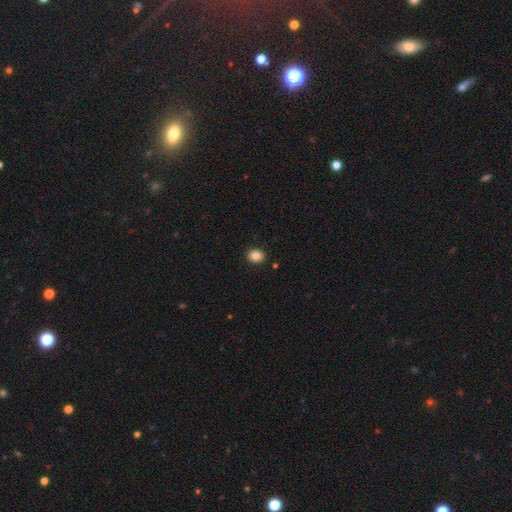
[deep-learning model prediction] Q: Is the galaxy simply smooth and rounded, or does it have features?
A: smooth — 85%.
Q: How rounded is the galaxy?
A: in between — 56%.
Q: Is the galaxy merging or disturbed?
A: none — 90%.